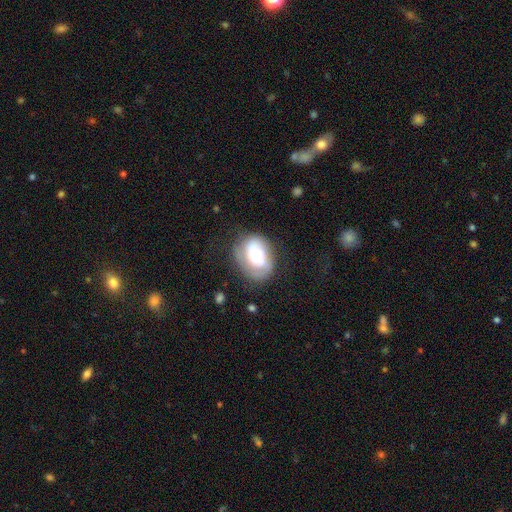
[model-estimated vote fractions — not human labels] Smooth or featured? featured or disk (56%)
Edge-on disk? no (97%)
Bar? no (70%)
Spiral arms? yes (74%)
Bulge size? moderate (51%)
Merging? none (60%)